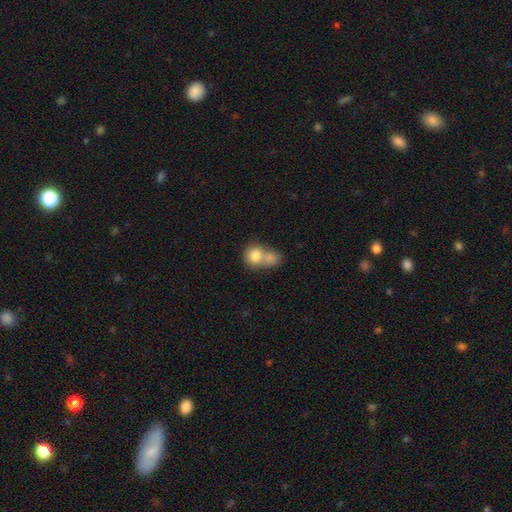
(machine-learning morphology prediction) smooth_or_featured: smooth (p=0.77) [alt: featured or disk p=0.14]
how_rounded: round (p=0.72) [alt: in between p=0.27]
merging: merger (p=0.65) [alt: none p=0.24]